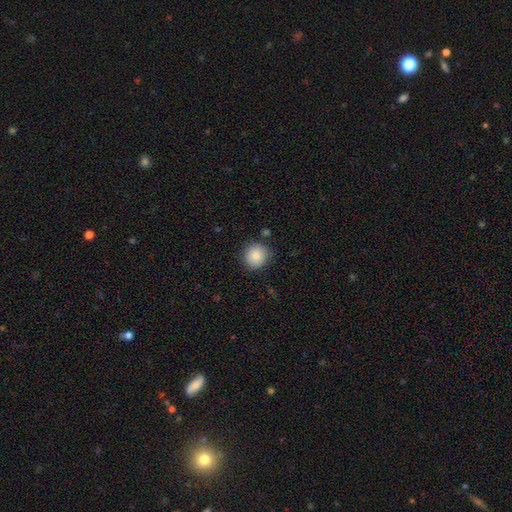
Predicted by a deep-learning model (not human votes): Smooth or featured: smooth — 87% (star or artifact — 8%)
How rounded: round — 90% (in between — 9%)
Merging: none — 85% (minor disturbance — 10%)